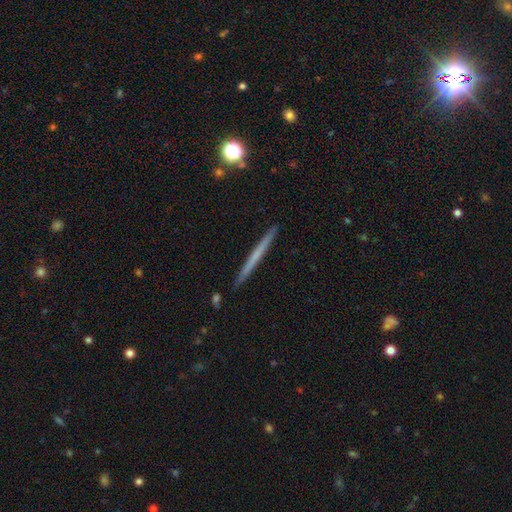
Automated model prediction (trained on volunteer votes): smooth-or-featured: smooth: 47% | featured or disk: 46% | star or artifact: 6%
  merging: none: 92% | minor disturbance: 5% | merger: 1% | major disturbance: 1%